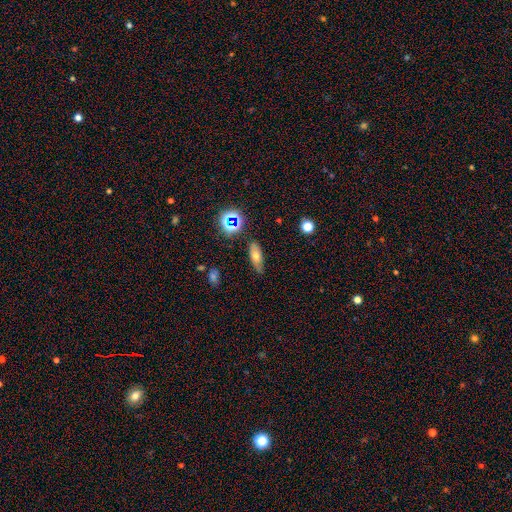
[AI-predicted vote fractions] This is likely a smooth galaxy (61%). How rounded: likely in between (64%). Merging: likely none (79%).